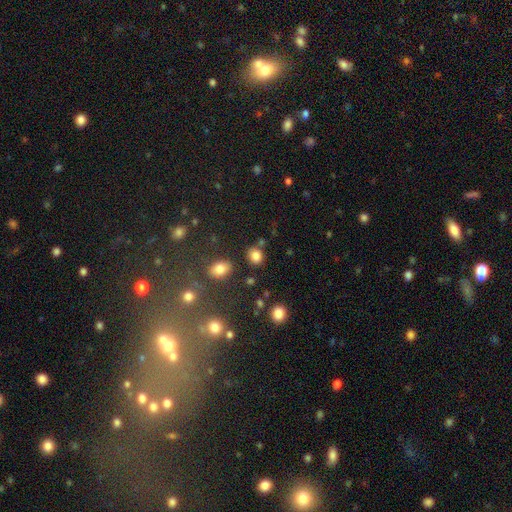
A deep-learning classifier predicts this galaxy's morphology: smooth-or-featured: smooth: 82% | star or artifact: 12% | featured or disk: 6%
  how-rounded: round: 70% | in between: 29% | cigar-shaped: 1%
  merging: none: 78% | minor disturbance: 11% | merger: 8% | major disturbance: 3%